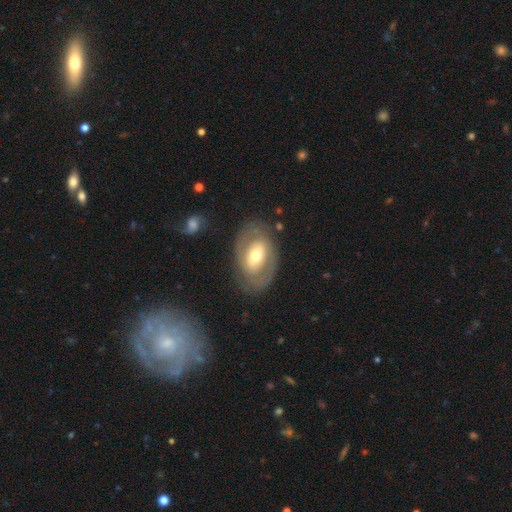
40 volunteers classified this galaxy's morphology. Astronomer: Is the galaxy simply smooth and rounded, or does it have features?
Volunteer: featured or disk — 80%.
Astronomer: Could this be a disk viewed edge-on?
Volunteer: no — 100%.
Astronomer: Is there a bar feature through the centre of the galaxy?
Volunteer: strong — 38% (runner-up: no, 34%).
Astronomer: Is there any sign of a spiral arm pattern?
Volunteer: yes — 75%.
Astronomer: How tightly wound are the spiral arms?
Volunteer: tight — 62%.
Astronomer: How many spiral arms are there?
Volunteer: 2 — 83%.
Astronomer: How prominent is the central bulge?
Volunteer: moderate — 69%.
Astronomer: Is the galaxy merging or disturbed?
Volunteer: none — 81%.